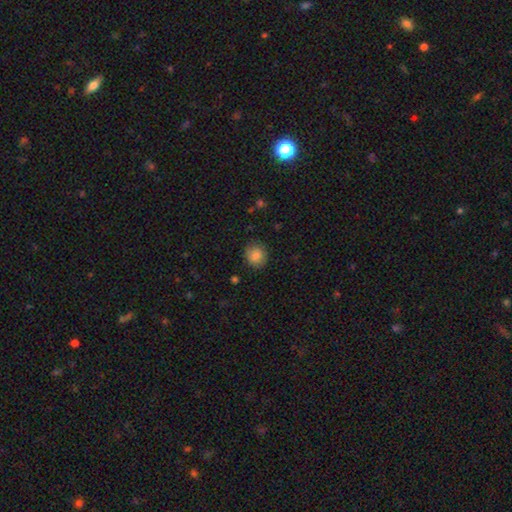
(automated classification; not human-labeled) The model was most divided on "how rounded": round: 84%, in between: 15%, cigar-shaped: 1%. More confident: merging — none (85%); smooth or featured — smooth (84%).